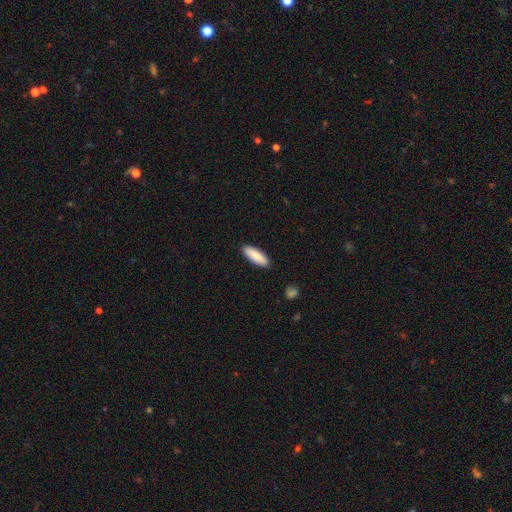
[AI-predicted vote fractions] The model was most divided on "how rounded": in between: 58%, cigar-shaped: 41%, round: 2%. More confident: merging — none (90%); smooth or featured — smooth (86%).